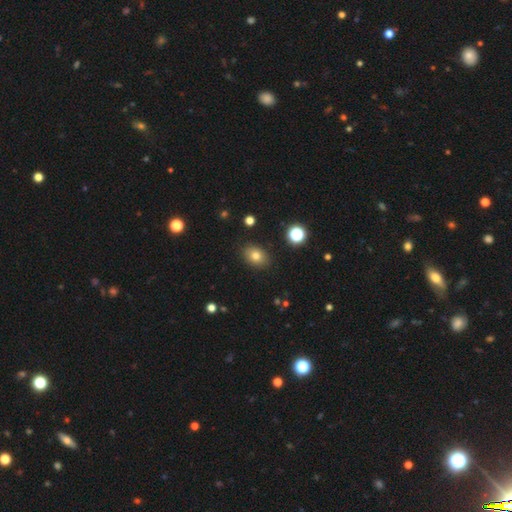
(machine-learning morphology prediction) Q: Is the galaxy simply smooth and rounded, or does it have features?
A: smooth — 77%.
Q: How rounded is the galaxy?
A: in between — 68%.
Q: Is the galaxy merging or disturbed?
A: none — 87%.